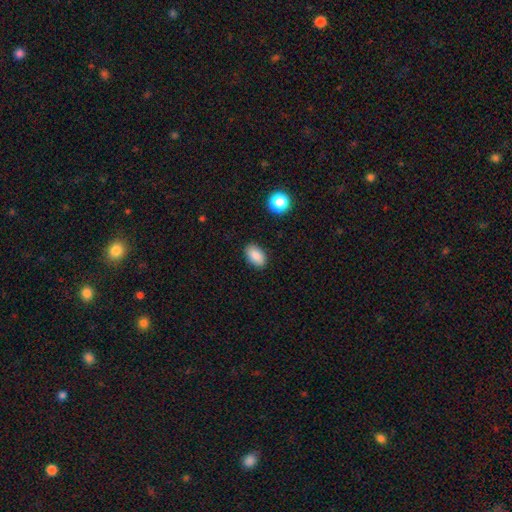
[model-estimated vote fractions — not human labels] Smooth or featured? Predicted: smooth (p=0.88). How rounded? Predicted: in between (p=0.92). Merging? Predicted: none (p=0.88).